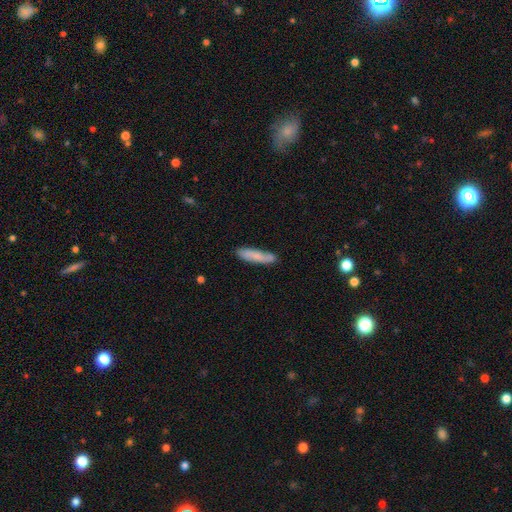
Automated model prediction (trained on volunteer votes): Morphology: type=smooth (73%); roundness=cigar-shaped (82%); merging=none (78%).